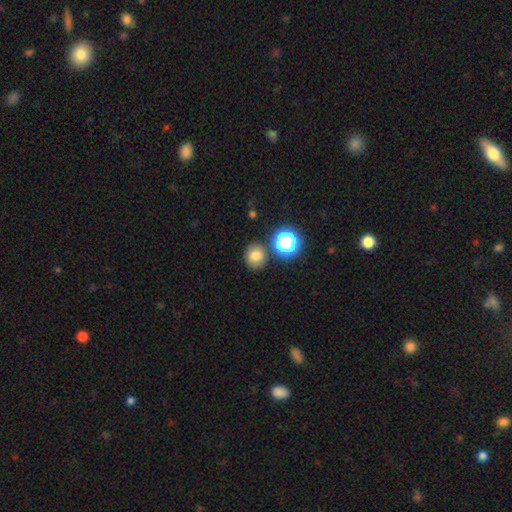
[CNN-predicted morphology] This appears to be a smooth galaxy with no disk features (76%) that is round (80%). Merging: none (78%).